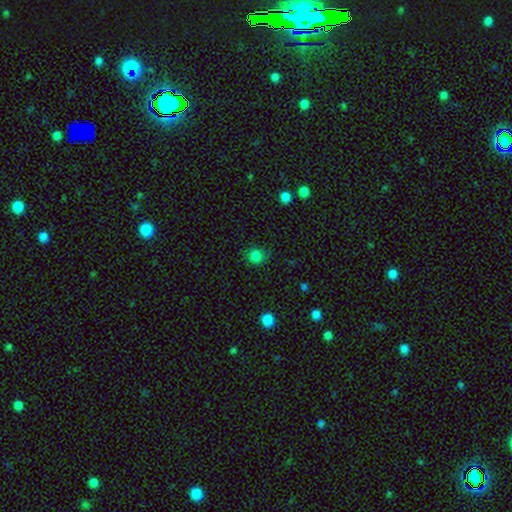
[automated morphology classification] smooth 83%, star or artifact 13%, featured or disk 4%. Down the decision tree: how rounded — round (83%); merging — none (75%).